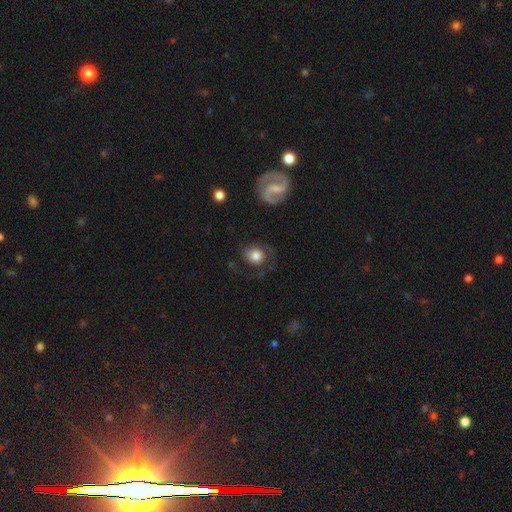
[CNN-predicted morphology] Smooth or featured? Predicted: smooth (p=0.61). How rounded? Predicted: round (p=0.75). Merging? Predicted: none (p=0.56).